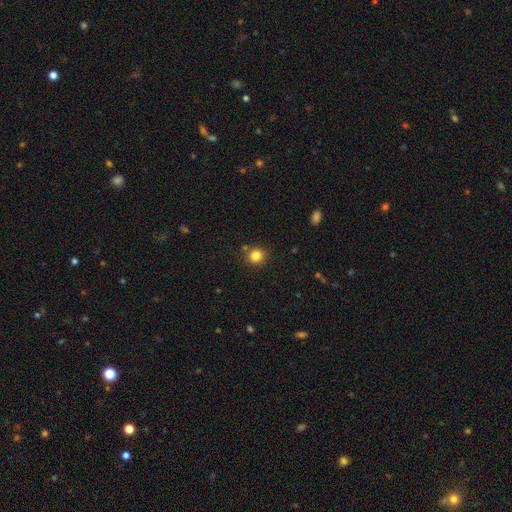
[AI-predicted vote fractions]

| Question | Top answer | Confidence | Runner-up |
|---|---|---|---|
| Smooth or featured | smooth | 83% | star or artifact (12%) |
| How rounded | round | 85% | in between (14%) |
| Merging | none | 83% | minor disturbance (9%) |